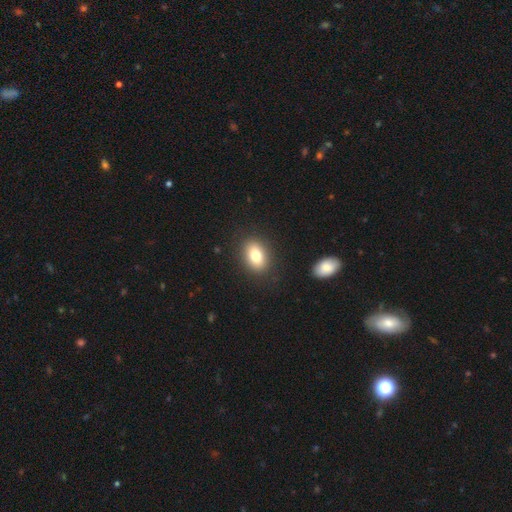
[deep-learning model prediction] Q: Smooth or featured?
A: smooth (79%); runner-up: featured or disk (12%)
Q: How rounded?
A: in between (77%); runner-up: round (22%)
Q: Merging?
A: none (88%); runner-up: minor disturbance (8%)